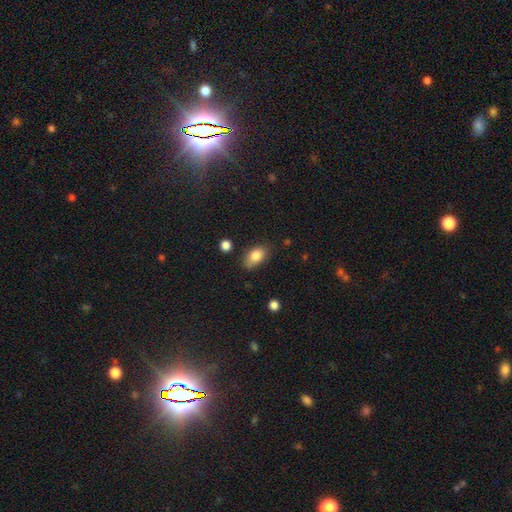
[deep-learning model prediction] smooth-or-featured: smooth: 84% | featured or disk: 9% | star or artifact: 8%
  how-rounded: in between: 88% | round: 9% | cigar-shaped: 3%
  merging: none: 73% | minor disturbance: 20% | major disturbance: 4% | merger: 3%